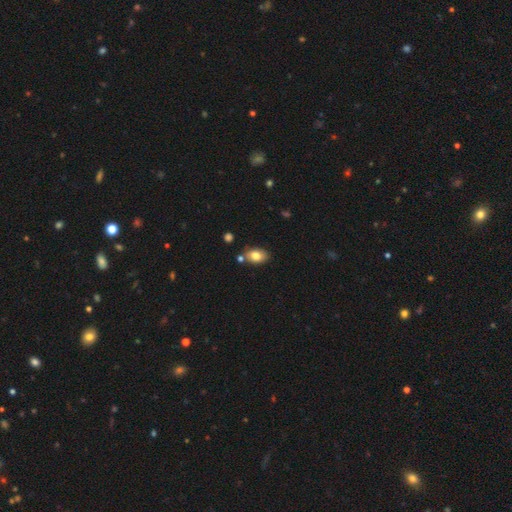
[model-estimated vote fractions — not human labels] Smooth or featured: smooth — 79% (featured or disk — 12%)
How rounded: in between — 84% (round — 14%)
Merging: none — 74% (minor disturbance — 14%)